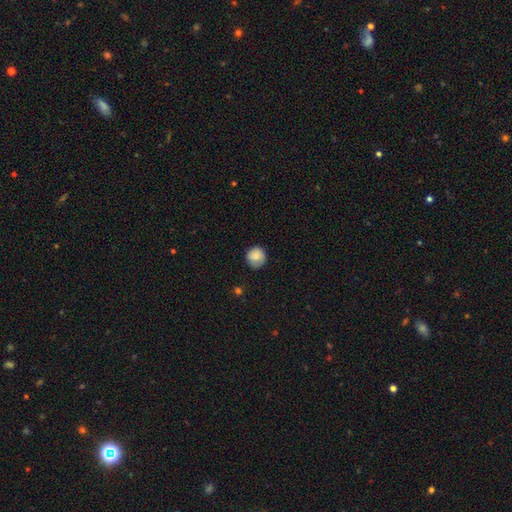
Morphology: type=smooth (87%); roundness=round (85%); merging=none (76%).